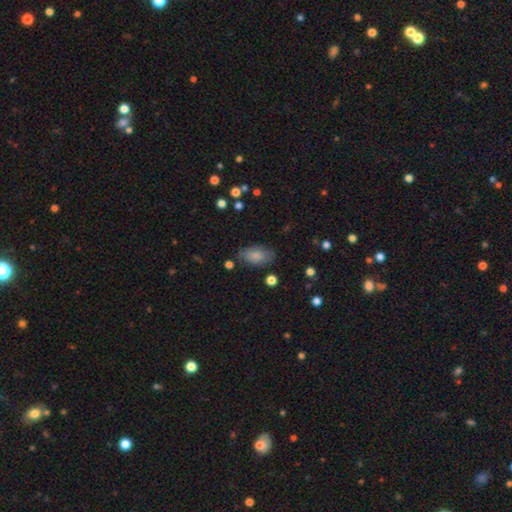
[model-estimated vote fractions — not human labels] A smooth galaxy with no disk features (81%) that is in between round and cigar-shaped (92%). Merging: none (75%).